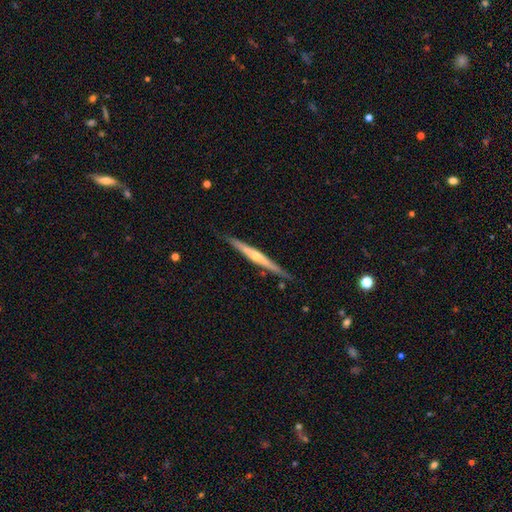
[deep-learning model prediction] This appears to be a featured or disk galaxy (76%) viewed edge-on (98%) with a rounded central bulge (72%). Merging: none (89%).